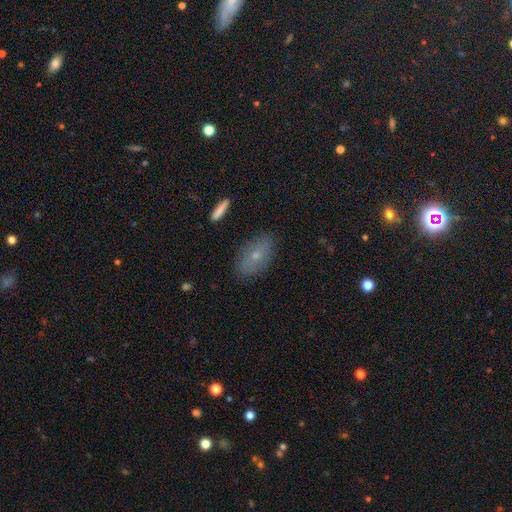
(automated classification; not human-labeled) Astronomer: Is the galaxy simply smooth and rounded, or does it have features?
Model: smooth — 65%.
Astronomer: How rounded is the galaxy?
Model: in between — 89%.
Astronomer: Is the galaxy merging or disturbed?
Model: none — 84%.